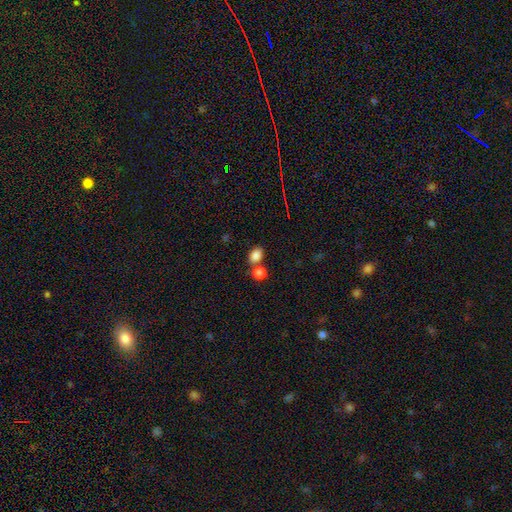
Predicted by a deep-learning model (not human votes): Morphology: type=smooth (84%); roundness=in between (72%); merging=none (56%).